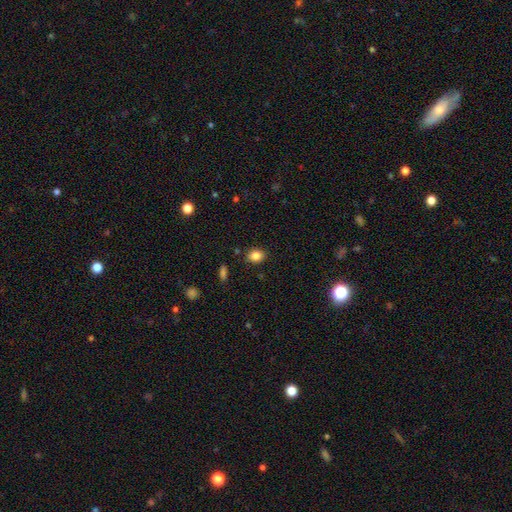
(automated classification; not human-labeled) Smooth or featured: smooth — 84% (star or artifact — 10%)
How rounded: in between — 59% (round — 40%)
Merging: none — 86% (minor disturbance — 10%)